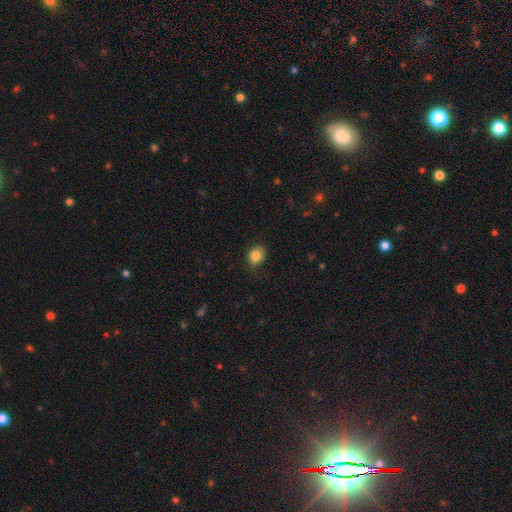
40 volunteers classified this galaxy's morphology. Overall: smooth (92%). How rounded: round (51%; in between 49%). Merging: none (61%; minor disturbance 29%).